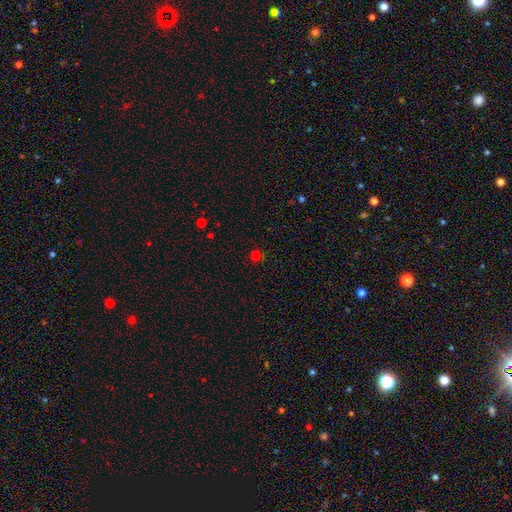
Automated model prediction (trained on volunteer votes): Q: Smooth or featured?
A: smooth (72%); runner-up: star or artifact (23%)
Q: How rounded?
A: round (92%); runner-up: in between (7%)
Q: Merging?
A: none (86%); runner-up: minor disturbance (9%)